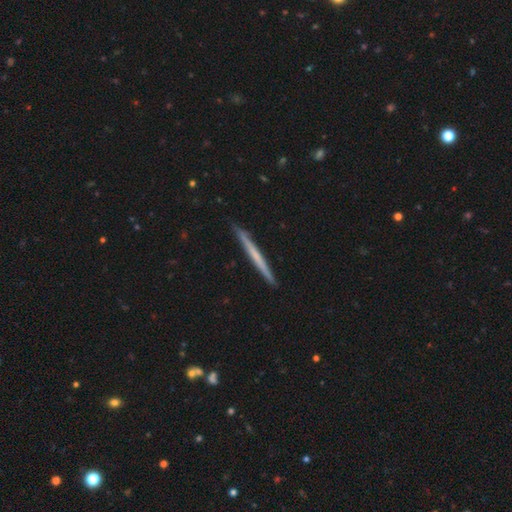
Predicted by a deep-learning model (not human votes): smooth_or_featured: featured or disk (p=0.49) [alt: smooth p=0.46]
merging: none (p=0.91) [alt: minor disturbance p=0.06]